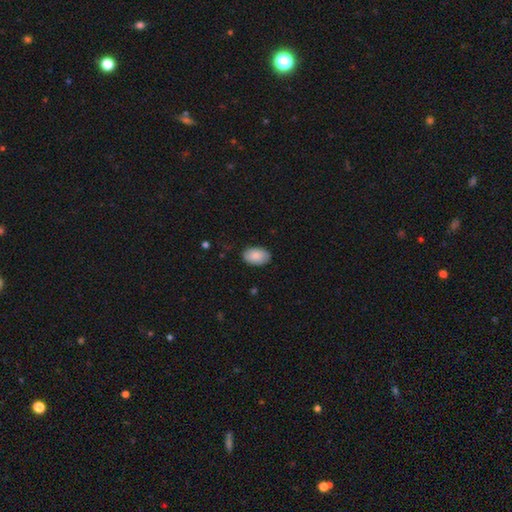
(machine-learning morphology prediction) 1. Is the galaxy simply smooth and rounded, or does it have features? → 87% smooth, 7% featured or disk, 6% star or artifact.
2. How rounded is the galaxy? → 91% in between, 7% round, 1% cigar-shaped.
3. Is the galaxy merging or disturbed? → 86% none, 11% minor disturbance, 2% major disturbance, 1% merger.